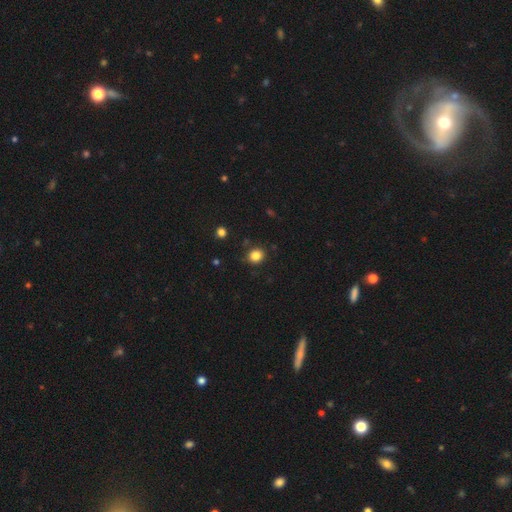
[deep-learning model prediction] A smooth galaxy with no disk features (84%) that is round (73%).

Vote fractions:
- Smooth or featured? smooth: 84% / star or artifact: 12% / featured or disk: 4%
- How rounded? round: 73% / in between: 26% / cigar-shaped: 1%
- Merging? none: 87% / minor disturbance: 9% / major disturbance: 2% / merger: 2%